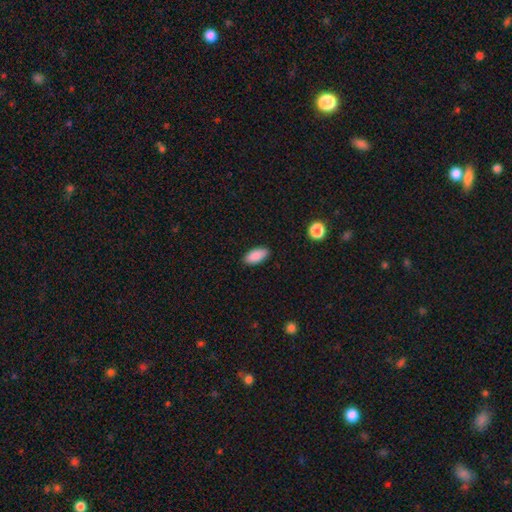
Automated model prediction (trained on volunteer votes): This is clearly a smooth galaxy (89%). How rounded: clearly in between (91%). Merging: clearly none (88%).